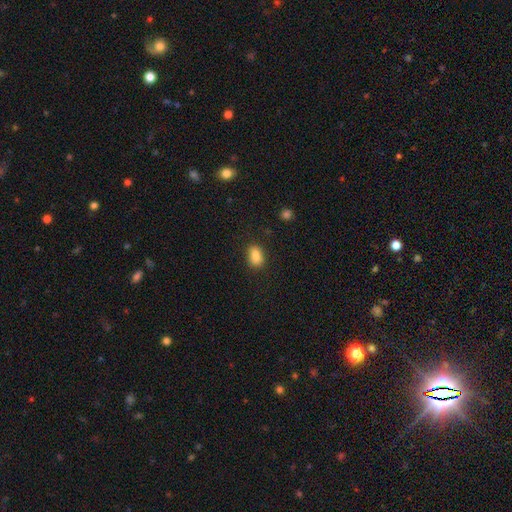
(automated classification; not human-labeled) A smooth galaxy with no disk features (83%) that is in between round and cigar-shaped (78%). Merging: none (69%).